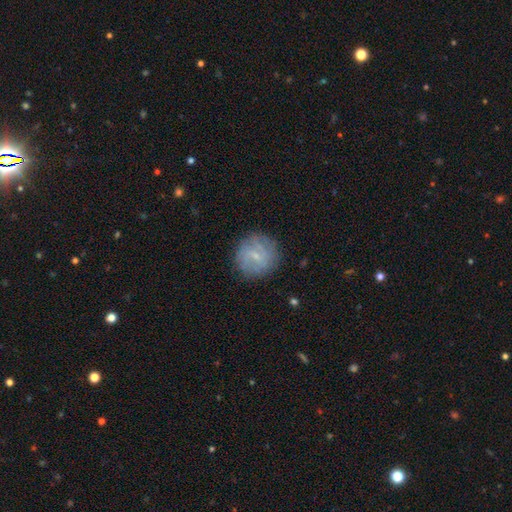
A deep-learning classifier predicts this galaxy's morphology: A smooth galaxy with no disk features (47%). Merging: none (81%).